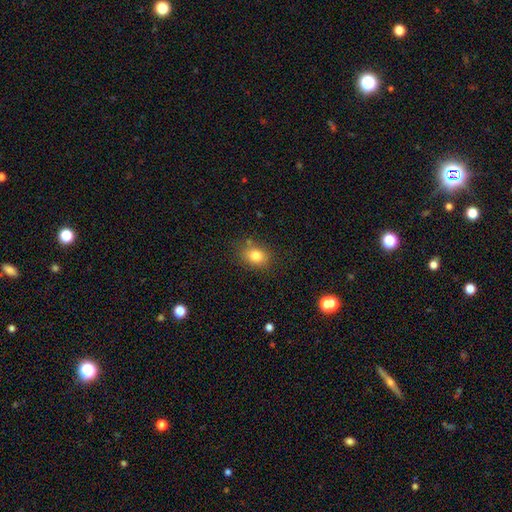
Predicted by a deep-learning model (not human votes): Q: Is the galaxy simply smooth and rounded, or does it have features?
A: smooth — 81%.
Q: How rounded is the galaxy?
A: in between — 55%.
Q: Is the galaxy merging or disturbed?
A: none — 78%.